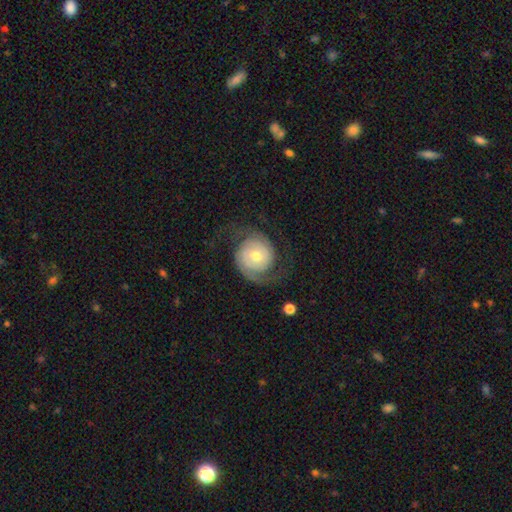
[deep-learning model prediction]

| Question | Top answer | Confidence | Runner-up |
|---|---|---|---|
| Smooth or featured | featured or disk | 81% | smooth (13%) |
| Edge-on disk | no | 98% | yes (2%) |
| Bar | no | 65% | weak (28%) |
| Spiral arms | yes | 95% | no (5%) |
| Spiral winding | tight | 40% | medium (37%) |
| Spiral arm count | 2 | 87% | can't tell (5%) |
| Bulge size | moderate | 61% | small (30%) |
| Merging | none | 72% | major disturbance (14%) |